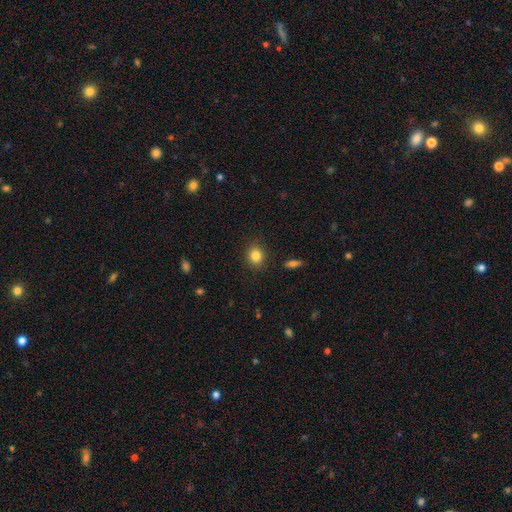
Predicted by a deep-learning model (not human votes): Smooth or featured: smooth — 83% (star or artifact — 11%)
How rounded: round — 71% (in between — 28%)
Merging: none — 89% (minor disturbance — 8%)